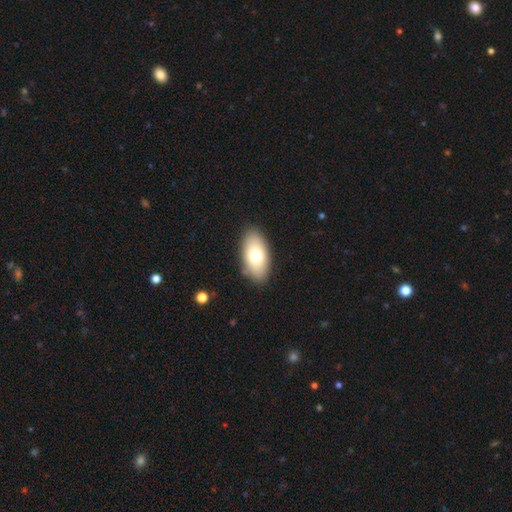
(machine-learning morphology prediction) smooth 71%, featured or disk 22%, star or artifact 7%. Down the decision tree: how rounded — in between (92%); merging — none (86%).